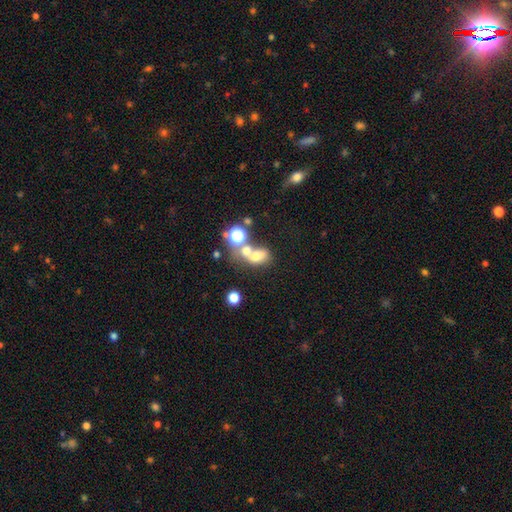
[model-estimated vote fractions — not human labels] A smooth galaxy with no disk features (63%) that is in between round and cigar-shaped (57%).

Vote fractions:
- Smooth or featured? smooth: 63% / star or artifact: 19% / featured or disk: 19%
- How rounded? in between: 57% / round: 41% / cigar-shaped: 2%
- Merging? merger: 52% / none: 29% / minor disturbance: 10% / major disturbance: 9%